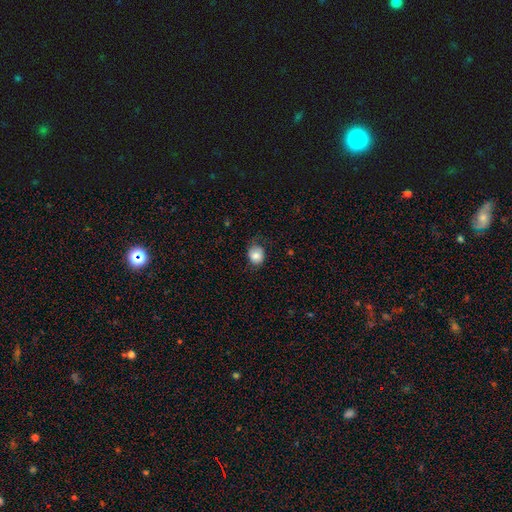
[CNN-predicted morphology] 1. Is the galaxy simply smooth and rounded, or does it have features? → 78% smooth, 14% featured or disk, 9% star or artifact.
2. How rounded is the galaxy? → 61% round, 38% in between, 1% cigar-shaped.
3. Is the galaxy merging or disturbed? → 65% none, 24% minor disturbance, 10% major disturbance, 1% merger.